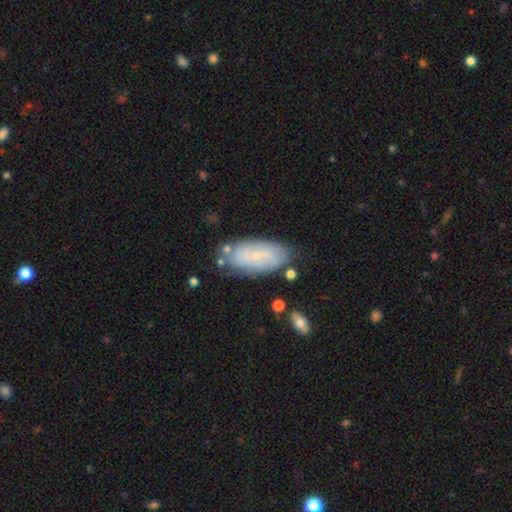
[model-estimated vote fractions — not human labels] A featured or disk galaxy (52%). Merging: none (70%).